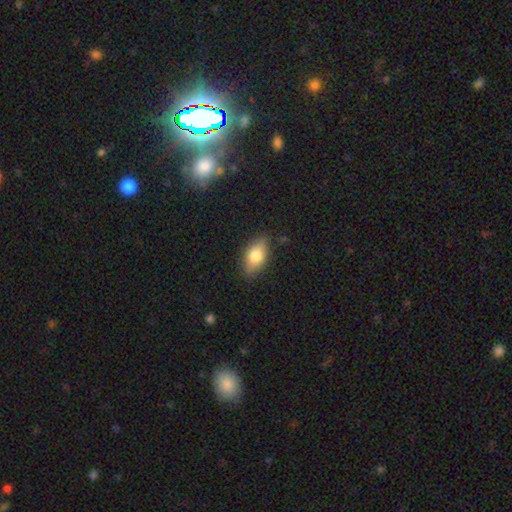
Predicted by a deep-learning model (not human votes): Smooth or featured? smooth (74%)
How rounded? in between (88%)
Merging? none (80%)